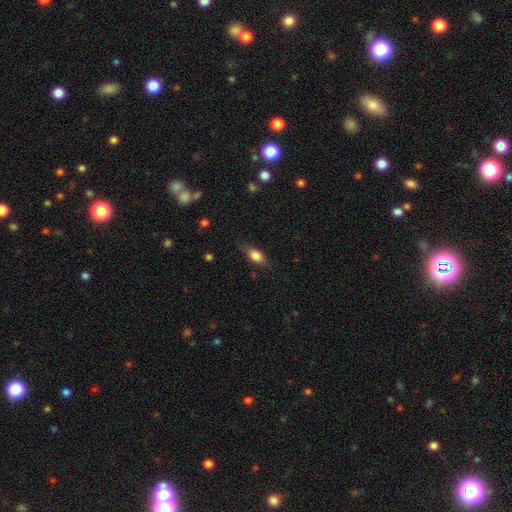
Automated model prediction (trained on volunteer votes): This appears to be a smooth galaxy with no disk features (80%) that is in between round and cigar-shaped (83%). Merging: none (72%).